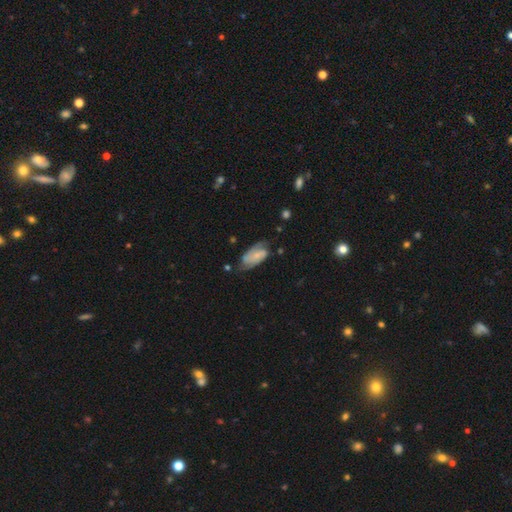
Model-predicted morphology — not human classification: Overall: featured or disk (60%; smooth 33%). Edge-on disk: no (94%). Bar: no (58%; weak 32%). Spiral arms: yes (88%). Bulge size: small (62%). Merging: none (55%; minor disturbance 28%).